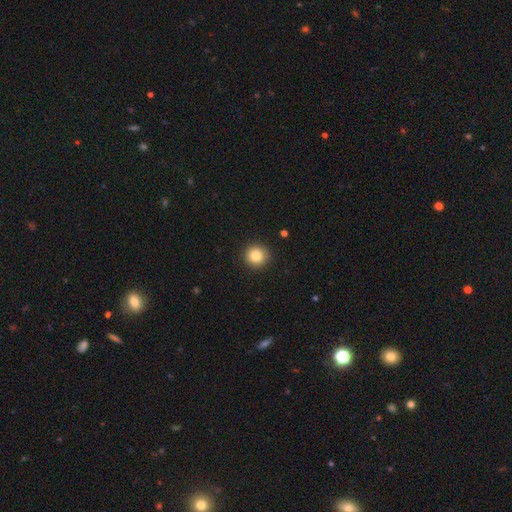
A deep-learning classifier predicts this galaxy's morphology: A smooth galaxy with no disk features (84%) that is round (93%). Merging: none (91%).